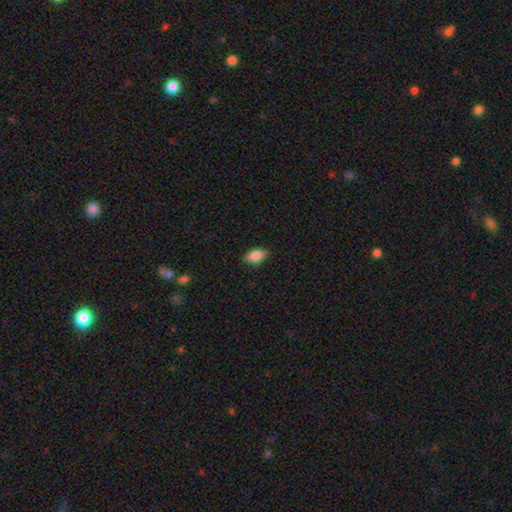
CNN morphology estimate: Smooth or featured?
  - smooth: 83% *
  - featured or disk: 10%
  - star or artifact: 7%
How rounded?
  - in between: 89% *
  - cigar-shaped: 6%
  - round: 5%
Merging?
  - none: 86% *
  - minor disturbance: 11%
  - major disturbance: 2%
  - merger: 1%